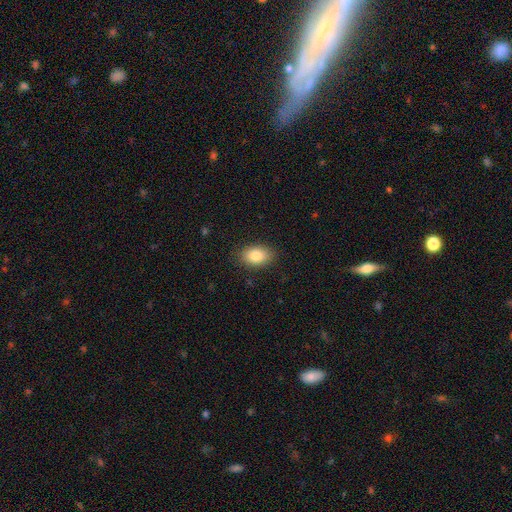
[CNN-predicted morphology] Smooth or featured: smooth — 85% (star or artifact — 8%)
How rounded: in between — 87% (round — 12%)
Merging: none — 86% (minor disturbance — 10%)